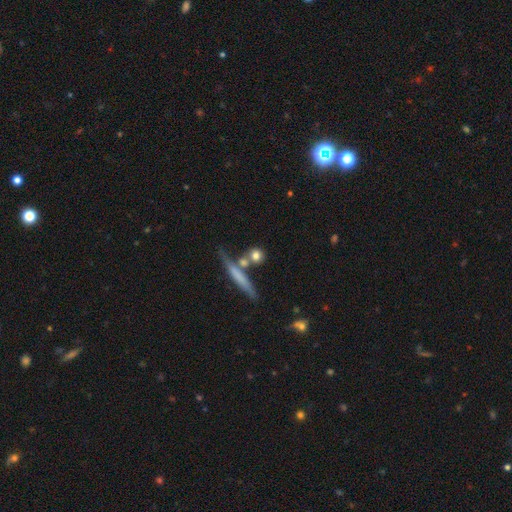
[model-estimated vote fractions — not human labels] This appears to be a smooth galaxy with no disk features (74%) that is round (68%). Merging: none (59%).